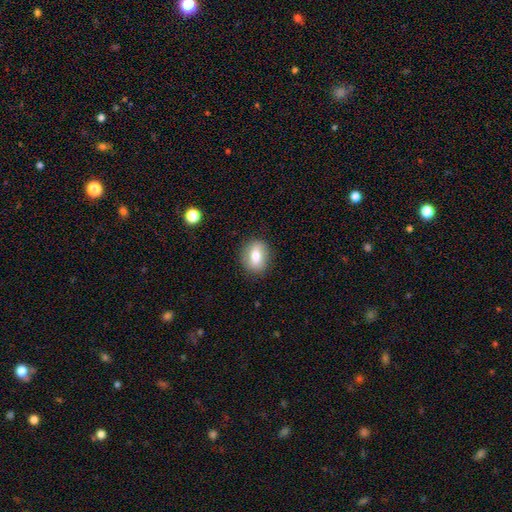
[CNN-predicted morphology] smooth_or_featured: smooth (p=0.73) [alt: featured or disk p=0.19]
how_rounded: in between (p=0.55) [alt: round p=0.44]
merging: none (p=0.86) [alt: minor disturbance p=0.10]